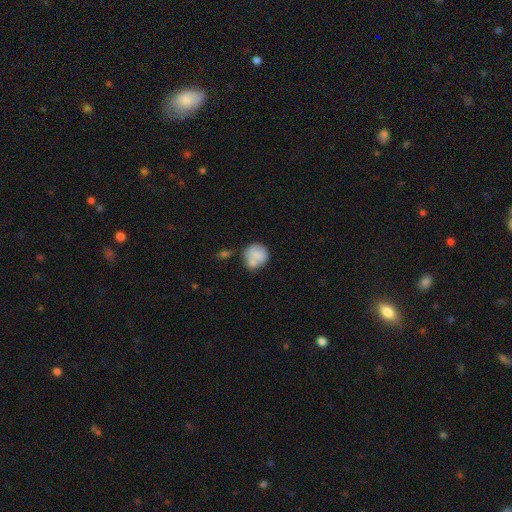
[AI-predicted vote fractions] A smooth galaxy with no disk features (75%) that is round (86%).

Vote fractions:
- Smooth or featured? smooth: 75% / featured or disk: 18% / star or artifact: 7%
- How rounded? round: 86% / in between: 13% / cigar-shaped: 1%
- Merging? none: 47% / merger: 31% / minor disturbance: 17% / major disturbance: 5%